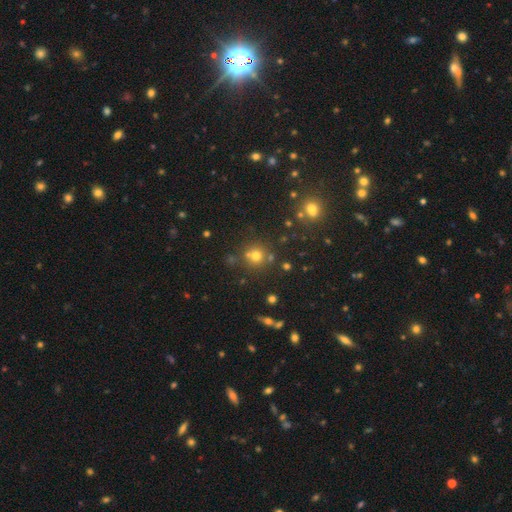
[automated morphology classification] A smooth galaxy with no disk features (68%) that is round (91%).

Vote fractions:
- Smooth or featured? smooth: 68% / star or artifact: 22% / featured or disk: 10%
- How rounded? round: 91% / in between: 8% / cigar-shaped: 1%
- Merging? none: 71% / merger: 15% / minor disturbance: 10% / major disturbance: 4%